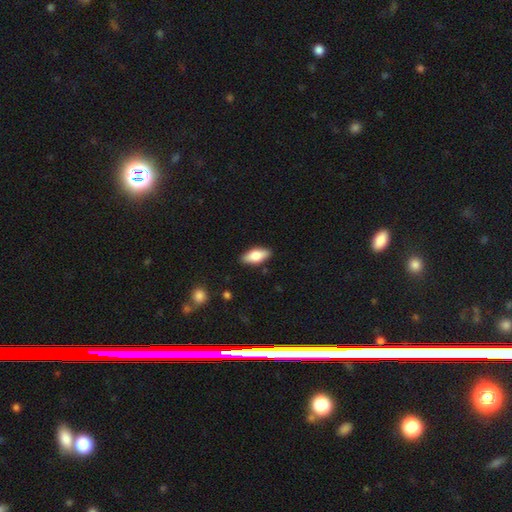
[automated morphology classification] This is likely a smooth galaxy (71%). How rounded: clearly in between (80%). Merging: clearly none (87%).